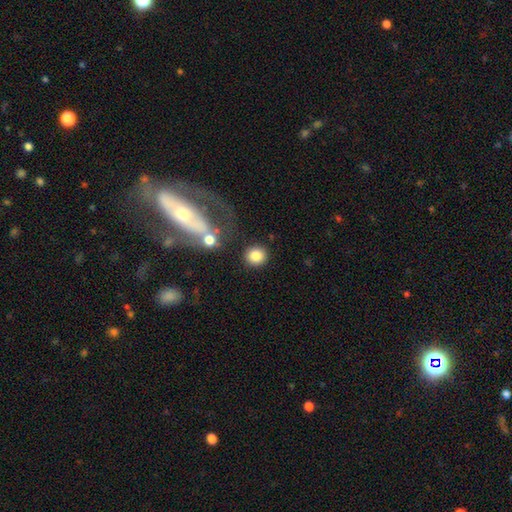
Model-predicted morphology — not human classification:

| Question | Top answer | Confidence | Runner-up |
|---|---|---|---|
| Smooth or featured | smooth | 83% | star or artifact (10%) |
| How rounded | round | 88% | in between (11%) |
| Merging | none | 82% | minor disturbance (8%) |